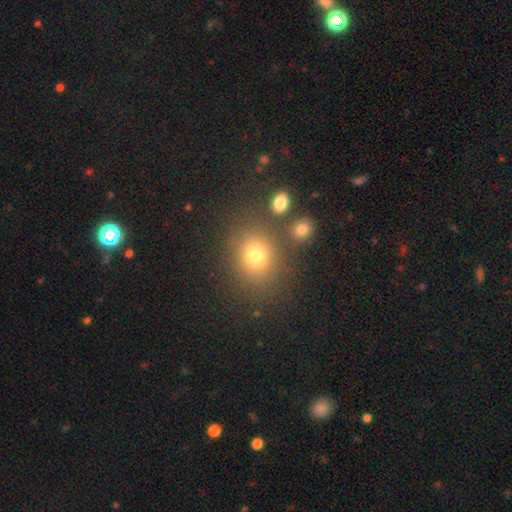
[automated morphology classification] Smooth or featured? smooth (74%)
How rounded? round (69%)
Merging? none (78%)